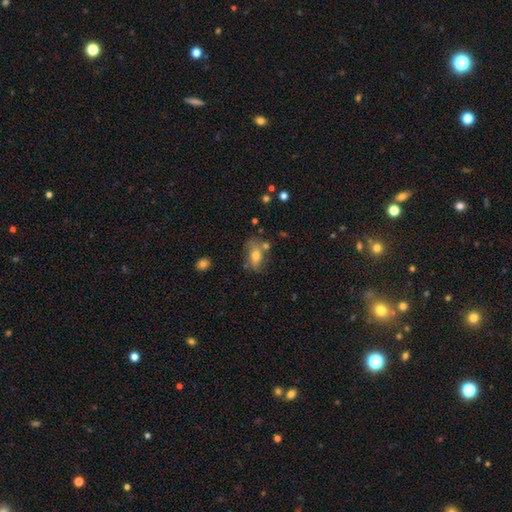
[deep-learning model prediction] A smooth galaxy with no disk features (62%) that is in between round and cigar-shaped (82%).

Vote fractions:
- Smooth or featured? smooth: 62% / featured or disk: 28% / star or artifact: 10%
- How rounded? in between: 82% / round: 13% / cigar-shaped: 5%
- Merging? none: 54% / minor disturbance: 22% / merger: 15% / major disturbance: 9%